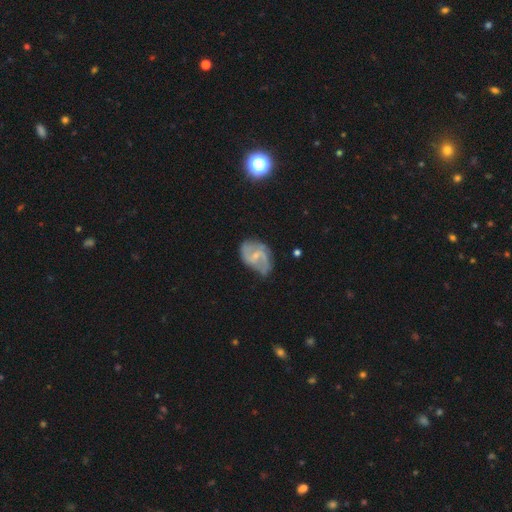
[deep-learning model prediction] Smooth or featured: featured or disk — 80% (smooth — 14%)
Edge-on disk: no — 98% (yes — 2%)
Bar: weak — 53% (no — 36%)
Spiral arms: yes — 93% (no — 7%)
Spiral winding: medium — 45% (loose — 38%)
Spiral arm count: 2 — 76% (can't tell — 10%)
Bulge size: small — 67% (moderate — 24%)
Merging: none — 53% (minor disturbance — 30%)